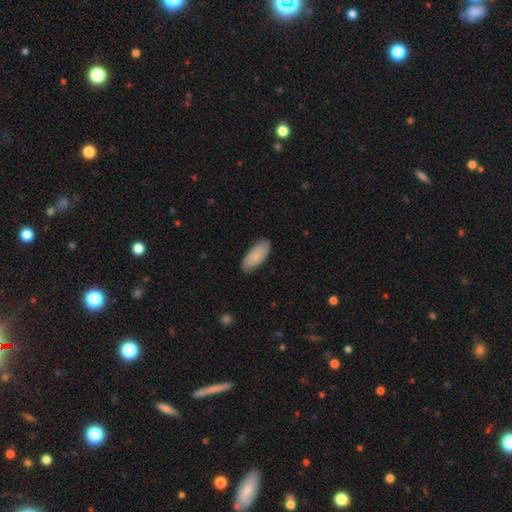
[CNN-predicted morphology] smooth-or-featured: smooth: 80% | featured or disk: 14% | star or artifact: 6%
  how-rounded: in between: 86% | cigar-shaped: 12% | round: 2%
  merging: none: 84% | minor disturbance: 13% | major disturbance: 2% | merger: 1%